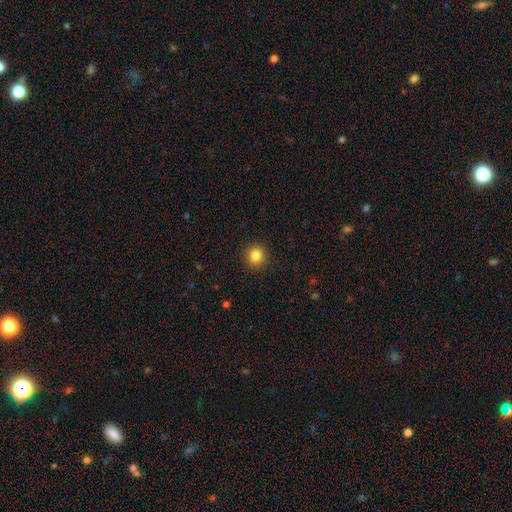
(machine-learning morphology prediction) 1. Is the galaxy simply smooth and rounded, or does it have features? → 84% smooth, 12% star or artifact, 5% featured or disk.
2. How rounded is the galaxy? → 92% round, 7% in between, 1% cigar-shaped.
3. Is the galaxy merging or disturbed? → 92% none, 5% minor disturbance, 2% major disturbance, 1% merger.